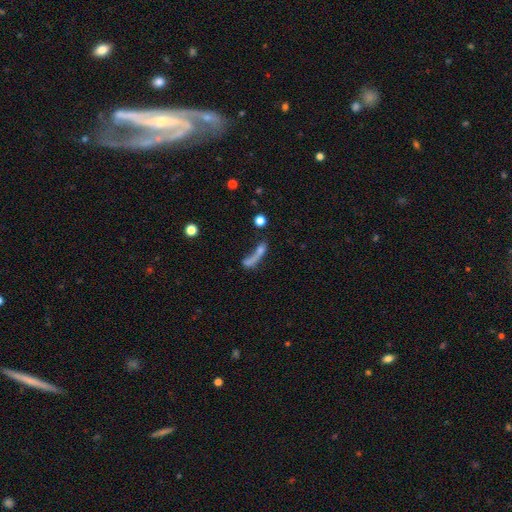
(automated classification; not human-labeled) Smooth or featured?
  - smooth: 49% *
  - featured or disk: 34%
  - star or artifact: 17%
Merging?
  - merger: 36% *
  - none: 28%
  - major disturbance: 24%
  - minor disturbance: 12%